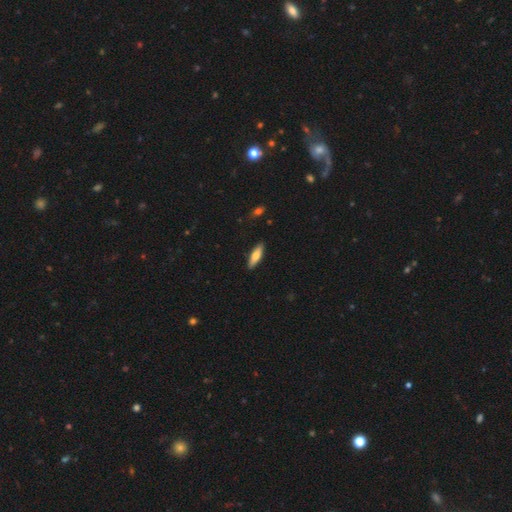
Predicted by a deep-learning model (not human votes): Smooth or featured? Predicted: smooth (p=0.71). How rounded? Predicted: cigar-shaped (p=0.54). Merging? Predicted: none (p=0.89).